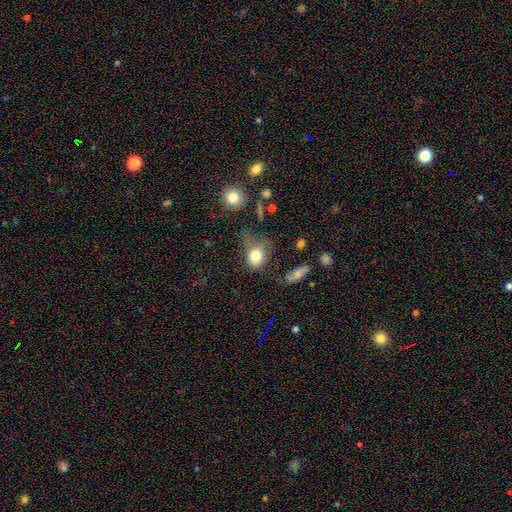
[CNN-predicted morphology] Overall: smooth (78%). How rounded: in between (57%; round 41%). Merging: none (33%; minor disturbance 31%).